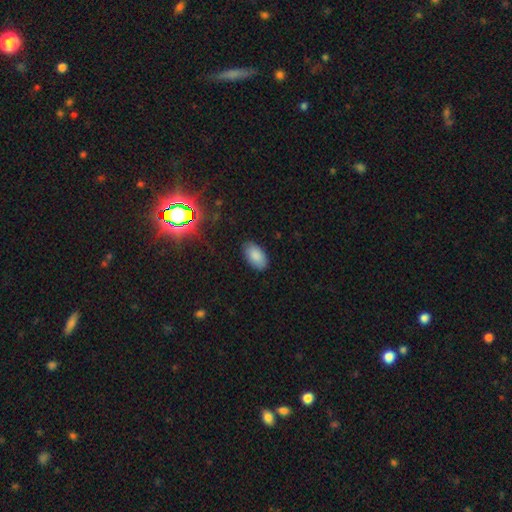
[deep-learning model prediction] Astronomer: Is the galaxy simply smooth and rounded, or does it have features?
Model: smooth — 86%.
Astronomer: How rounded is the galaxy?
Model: in between — 95%.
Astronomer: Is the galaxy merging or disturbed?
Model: none — 86%.